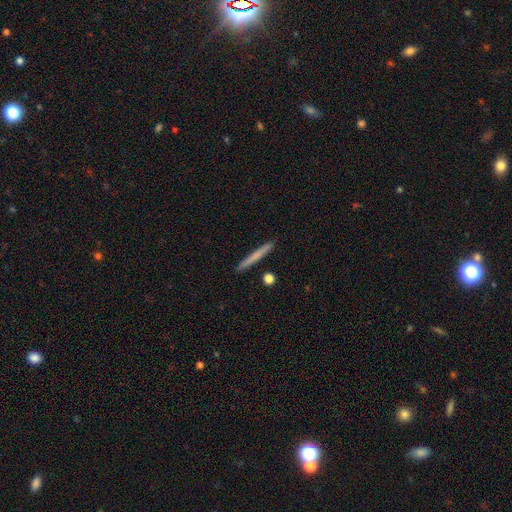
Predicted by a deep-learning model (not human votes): This is likely a smooth galaxy (64%). How rounded: clearly cigar-shaped (96%). Merging: clearly none (91%).